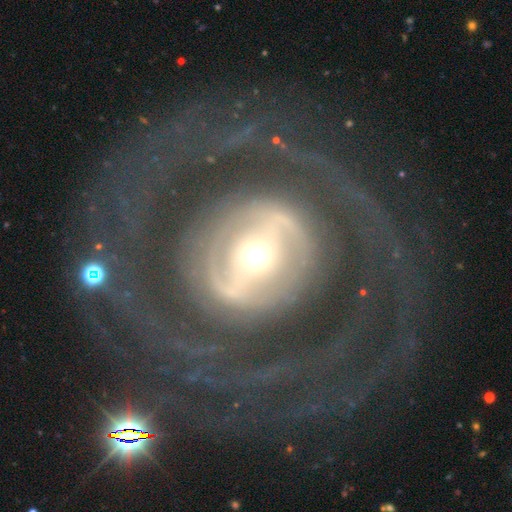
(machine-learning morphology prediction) This appears to be a featured or disk galaxy (87%) with a strong bar (46%), 2 (52%) tight (49%) spiral arms (87%) and a moderate central bulge (47%). Merging: none (72%).